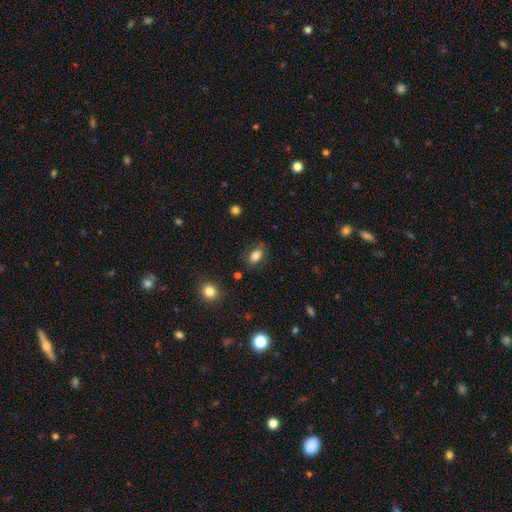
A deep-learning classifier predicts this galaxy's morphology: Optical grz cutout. It shows a smooth galaxy with no disk features (82%) that is in between round and cigar-shaped (86%). Merging: none (77%).